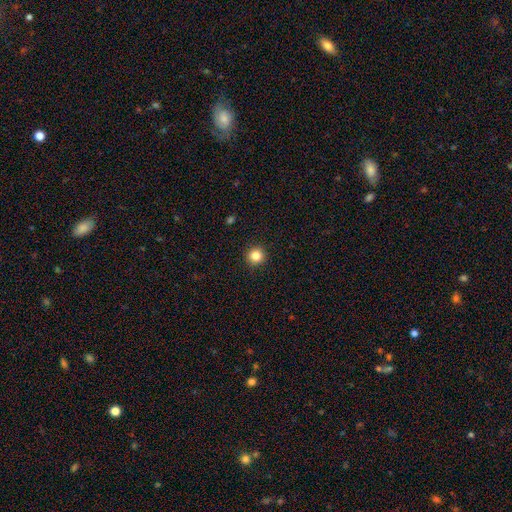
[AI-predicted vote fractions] smooth 84%, star or artifact 12%, featured or disk 5%. Down the decision tree: how rounded — round (95%); merging — none (93%).